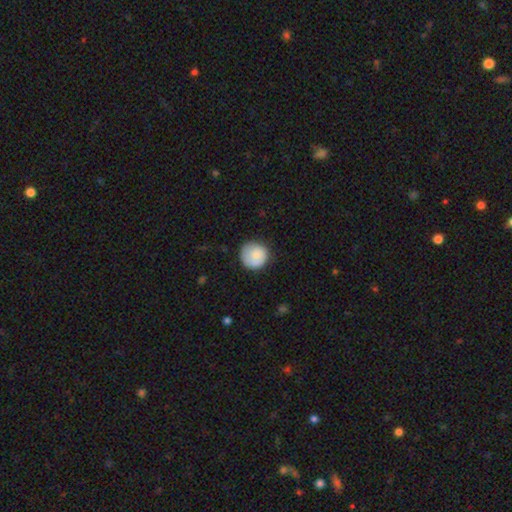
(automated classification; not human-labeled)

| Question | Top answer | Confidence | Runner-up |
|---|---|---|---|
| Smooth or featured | smooth | 79% | featured or disk (14%) |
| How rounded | round | 93% | in between (6%) |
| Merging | none | 78% | minor disturbance (17%) |